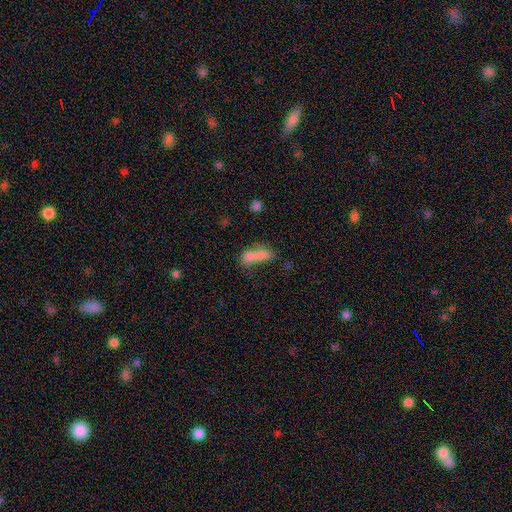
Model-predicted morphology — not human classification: smooth_or_featured: smooth (p=0.72) [alt: featured or disk p=0.16]
how_rounded: in between (p=0.67) [alt: cigar-shaped p=0.19]
merging: merger (p=0.60) [alt: none p=0.21]